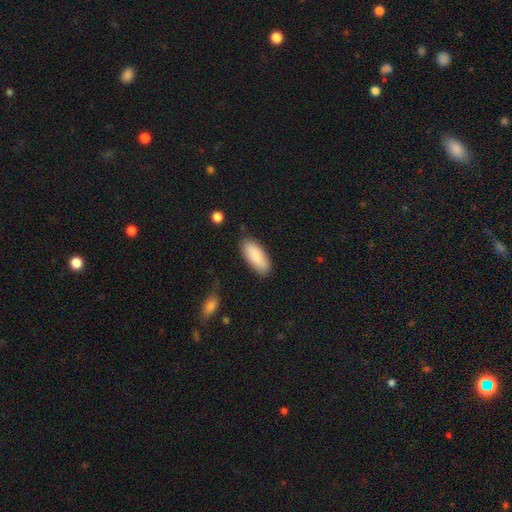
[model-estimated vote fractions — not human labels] smooth_or_featured: smooth (p=0.88) [alt: featured or disk p=0.06]
how_rounded: in between (p=0.79) [alt: cigar-shaped p=0.19]
merging: none (p=0.81) [alt: minor disturbance p=0.14]